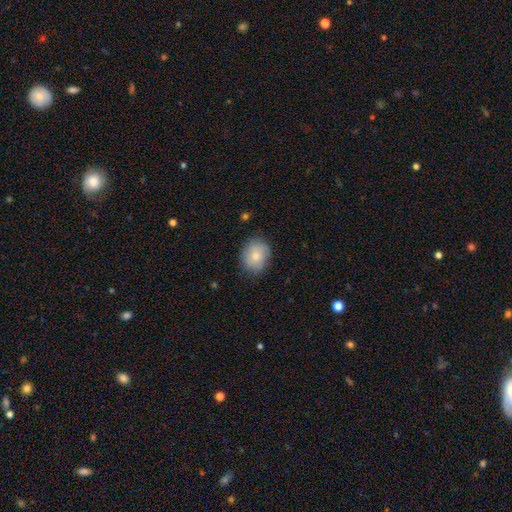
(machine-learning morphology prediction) Smooth or featured: smooth — 80% (featured or disk — 13%)
How rounded: round — 51% (in between — 48%)
Merging: none — 80% (minor disturbance — 15%)